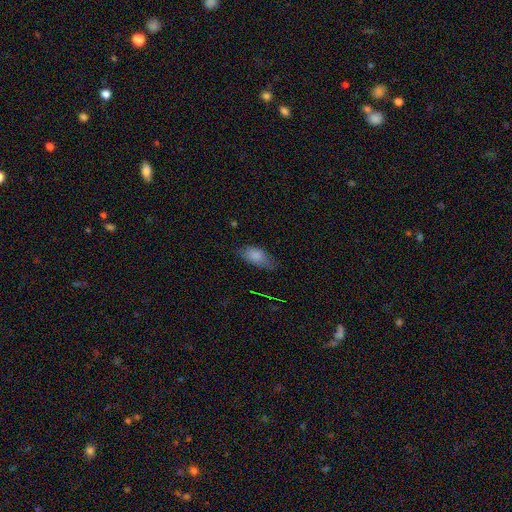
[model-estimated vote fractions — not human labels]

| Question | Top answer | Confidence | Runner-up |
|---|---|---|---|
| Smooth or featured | smooth | 81% | featured or disk (10%) |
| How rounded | in between | 88% | cigar-shaped (8%) |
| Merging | none | 64% | minor disturbance (27%) |